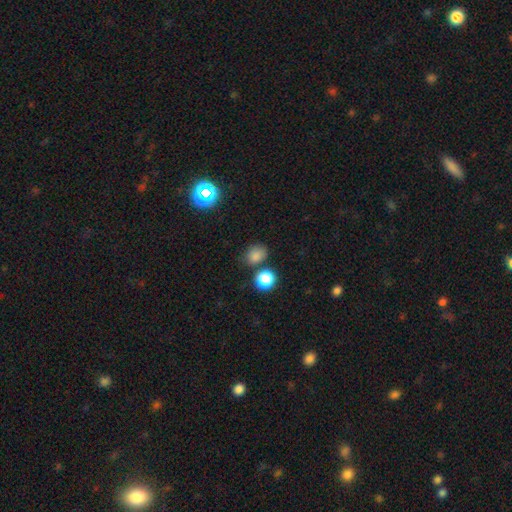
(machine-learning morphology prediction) This is likely a smooth galaxy (78%). How rounded: possibly round (52%). Merging: likely none (70%).